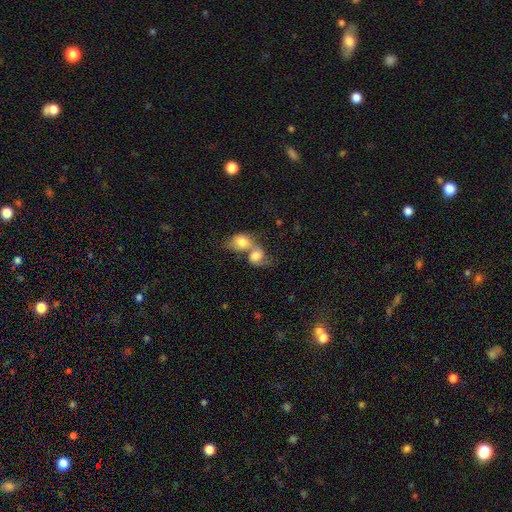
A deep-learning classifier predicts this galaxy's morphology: Smooth or featured?
  - smooth: 72% *
  - featured or disk: 20%
  - star or artifact: 8%
How rounded?
  - in between: 52% *
  - round: 47%
  - cigar-shaped: 2%
Merging?
  - merger: 79% *
  - none: 12%
  - minor disturbance: 5%
  - major disturbance: 5%